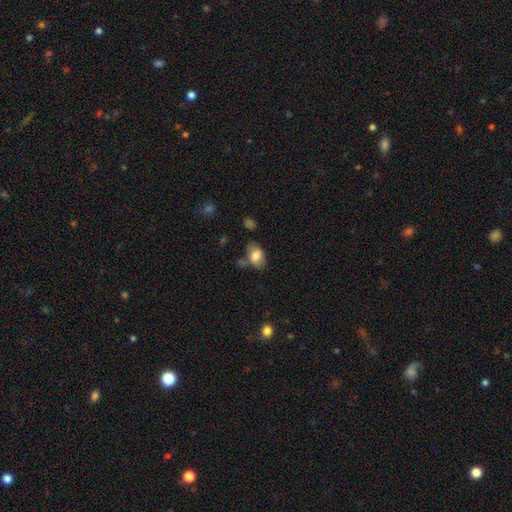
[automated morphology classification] smooth_or_featured: smooth (p=0.75) [alt: featured or disk p=0.18]
how_rounded: in between (p=0.88) [alt: round p=0.10]
merging: none (p=0.57) [alt: minor disturbance p=0.23]